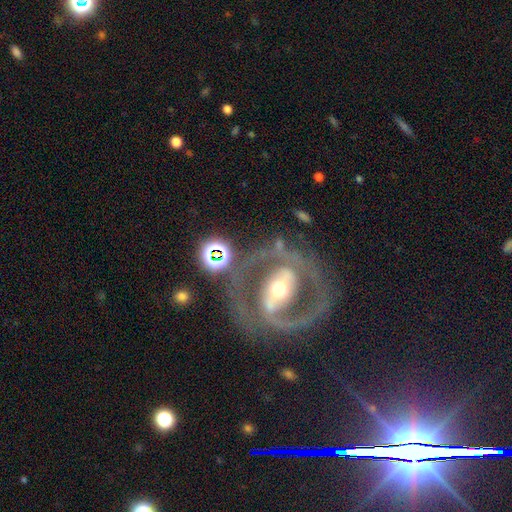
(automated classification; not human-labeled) A featured or disk galaxy (83%) with a strong bar (48%), 2 (77%) medium (45%) spiral arms (75%) and a moderate central bulge (63%).

Vote fractions:
- Smooth or featured? featured or disk: 83% / smooth: 10% / star or artifact: 7%
- Edge-on disk? no: 95% / yes: 5%
- Bar? strong: 48% / weak: 28% / no: 24%
- Spiral arms? yes: 75% / no: 25%
- Spiral winding? medium: 45% / tight: 39% / loose: 16%
- Spiral arm count? 2: 77% / can't tell: 10% / 1: 7% / 3: 3% / 4: 2% / more than 4: 1%
- Bulge size? moderate: 63% / small: 24% / large: 10% / dominant: 2% / none: 1%
- Merging? none: 65% / major disturbance: 16% / minor disturbance: 16% / merger: 4%